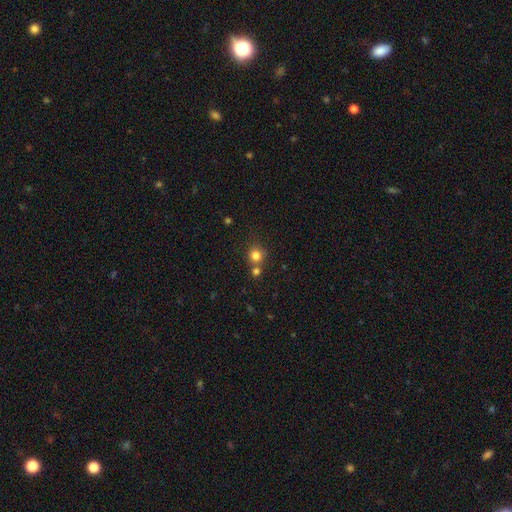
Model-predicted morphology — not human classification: smooth_or_featured: smooth (p=0.80) [alt: star or artifact p=0.13]
how_rounded: round (p=0.89) [alt: in between p=0.10]
merging: none (p=0.60) [alt: merger p=0.29]